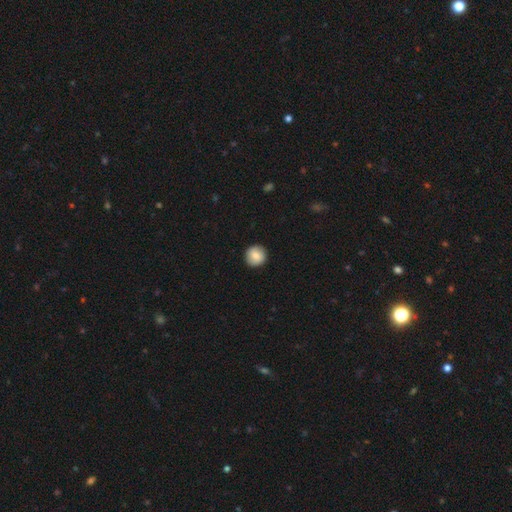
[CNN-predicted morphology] Smooth or featured?
  - smooth: 82% *
  - featured or disk: 11%
  - star or artifact: 7%
How rounded?
  - round: 93% *
  - in between: 6%
  - cigar-shaped: 1%
Merging?
  - none: 91% *
  - minor disturbance: 7%
  - major disturbance: 2%
  - merger: 1%